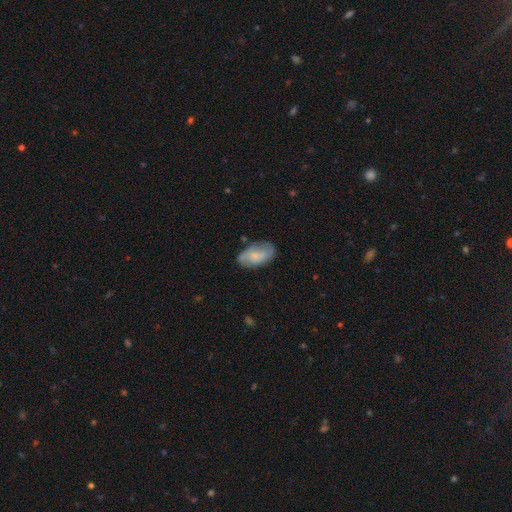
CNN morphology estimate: This is possibly a smooth galaxy (51%). How rounded: clearly in between (93%). Merging: likely none (76%).